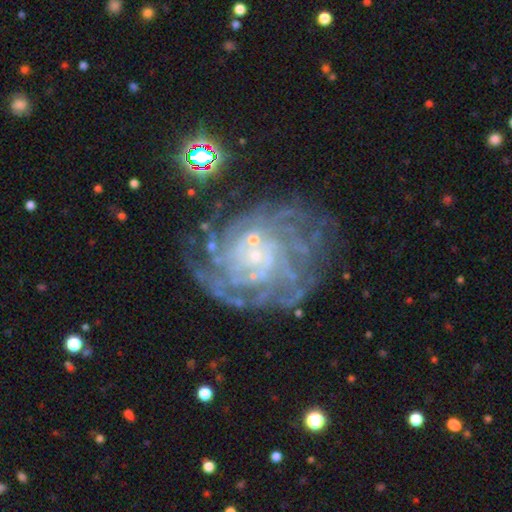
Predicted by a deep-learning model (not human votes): A featured or disk galaxy (84%) with no bar (73%), tight (71%) spiral arms (92%) and a small central bulge (75%). Merging: none (65%).